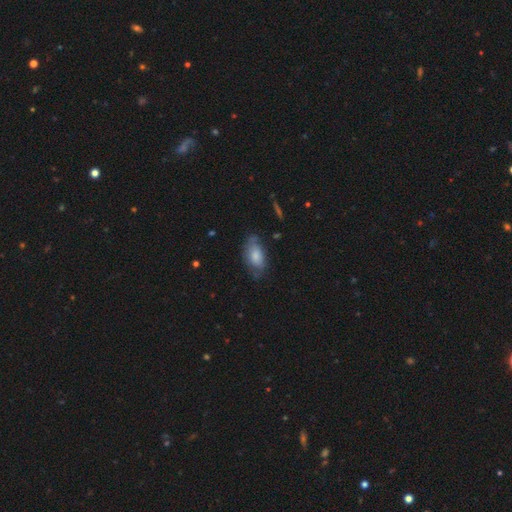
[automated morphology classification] Overall: smooth (68%). How rounded: in between (92%). Merging: none (58%; minor disturbance 29%).